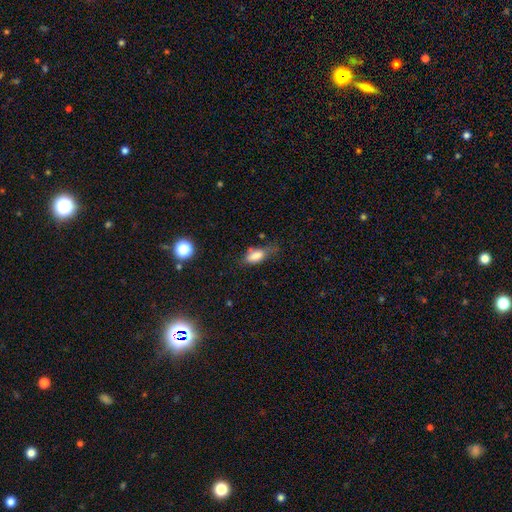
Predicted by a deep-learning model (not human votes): The model was most divided on "merging": none: 39%, minor disturbance: 37%, major disturbance: 19%, merger: 5%. More confident: how rounded — in between (79%); smooth or featured — smooth (79%).